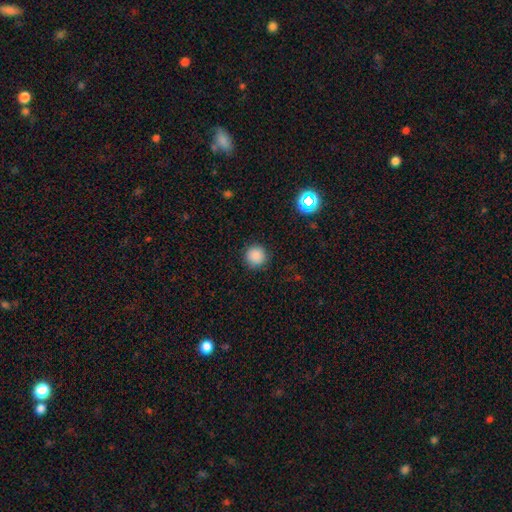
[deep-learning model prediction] This appears to be a smooth galaxy with no disk features (87%) that is round (95%). Merging: none (91%).